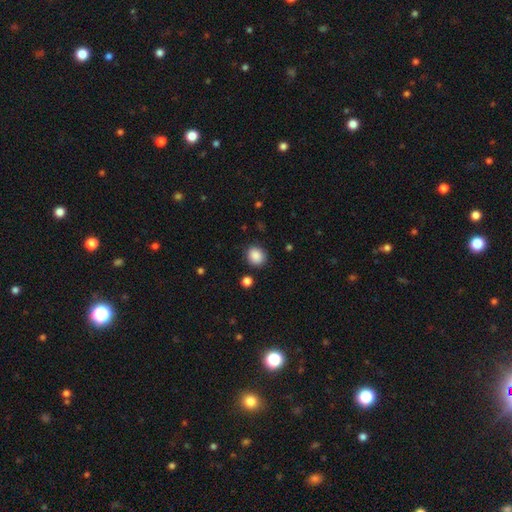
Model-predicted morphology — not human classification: type=smooth (88%); roundness=round (75%); merging=none (86%).